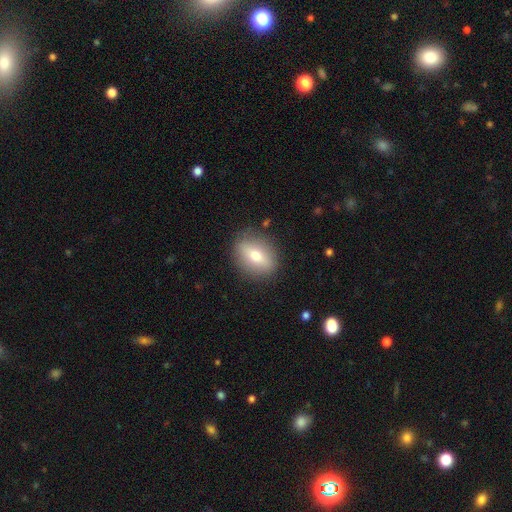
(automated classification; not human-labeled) smooth_or_featured: smooth (p=0.62) [alt: featured or disk p=0.30]
how_rounded: in between (p=0.57) [alt: round p=0.39]
merging: none (p=0.86) [alt: minor disturbance p=0.10]